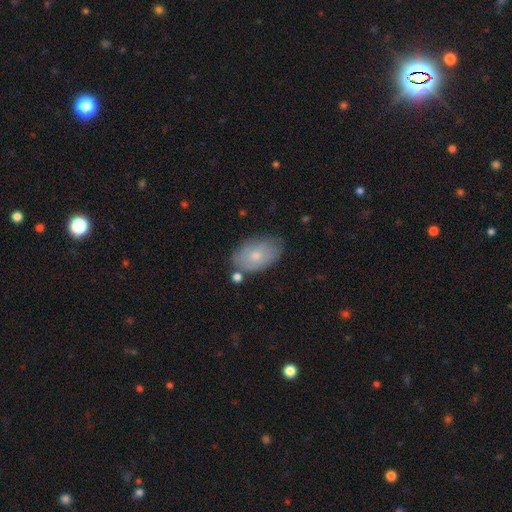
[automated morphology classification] Overall: smooth (68%). How rounded: in between (90%). Merging: none (71%).